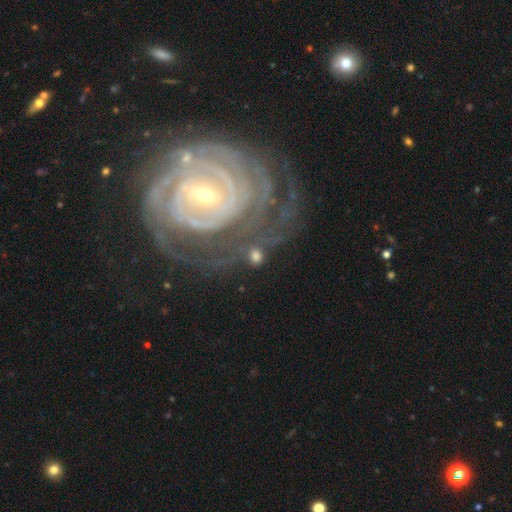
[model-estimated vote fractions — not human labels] A smooth galaxy with no disk features (50%) that is round (80%).

Vote fractions:
- Smooth or featured? smooth: 50% / featured or disk: 37% / star or artifact: 13%
- How rounded? round: 80% / in between: 18% / cigar-shaped: 2%
- Merging? none: 70% / minor disturbance: 13% / merger: 8% / major disturbance: 8%